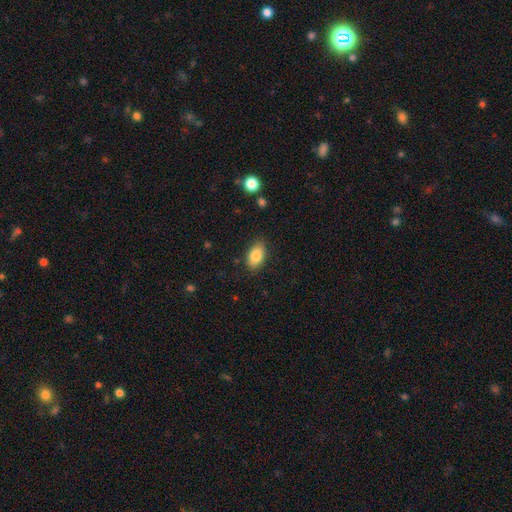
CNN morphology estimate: smooth-or-featured: smooth: 85% | featured or disk: 8% | star or artifact: 7%
  how-rounded: in between: 91% | round: 6% | cigar-shaped: 2%
  merging: none: 82% | minor disturbance: 14% | major disturbance: 3% | merger: 1%